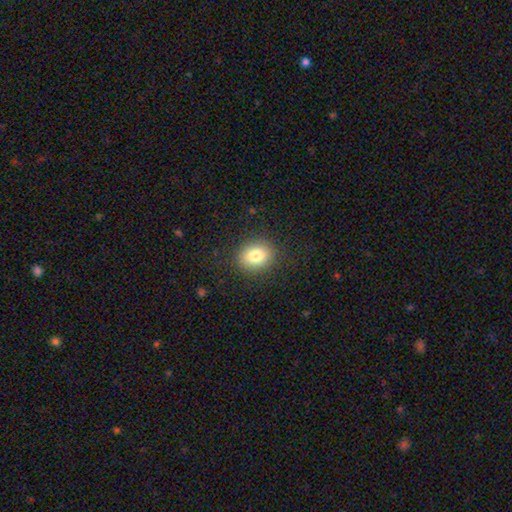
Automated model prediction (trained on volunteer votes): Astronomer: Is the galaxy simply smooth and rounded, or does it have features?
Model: smooth — 82%.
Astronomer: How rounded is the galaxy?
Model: round — 60% (runner-up: in between, 39%).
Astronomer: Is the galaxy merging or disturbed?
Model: none — 88%.